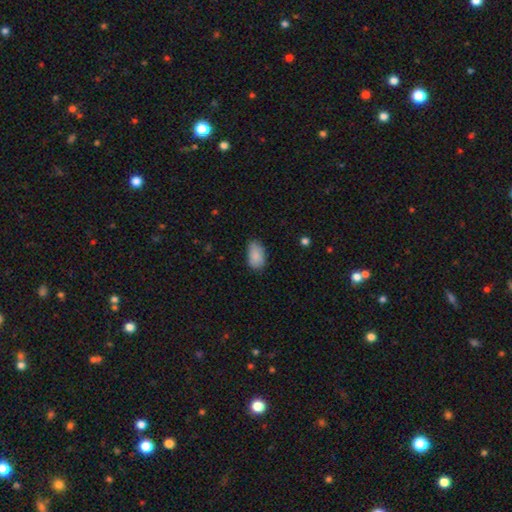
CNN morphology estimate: Smooth or featured? smooth (87%)
How rounded? in between (92%)
Merging? none (72%)